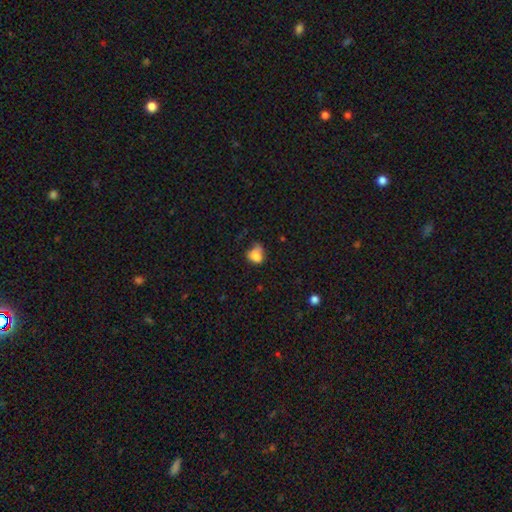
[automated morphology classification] This is likely a smooth galaxy (79%). How rounded: possibly in between (50%). Merging: marginally none (35%, tied with minor disturbance).